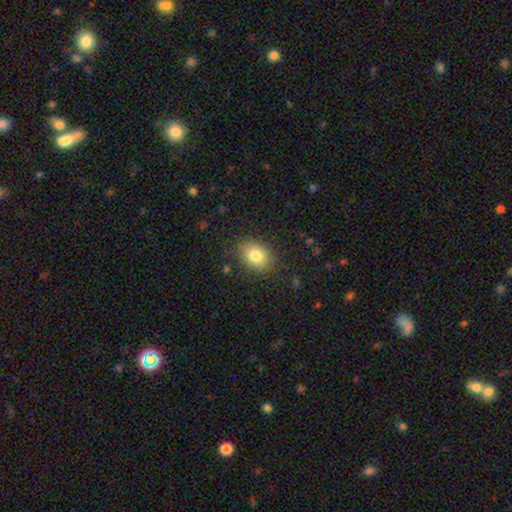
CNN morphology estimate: Smooth or featured: smooth — 81% (featured or disk — 10%)
How rounded: in between — 67% (round — 32%)
Merging: none — 83% (minor disturbance — 12%)